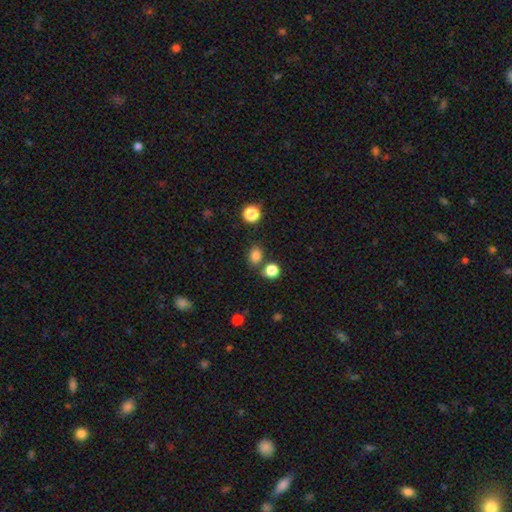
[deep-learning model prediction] Morphology: type=smooth (82%); roundness=in between (54%); merging=none (72%).